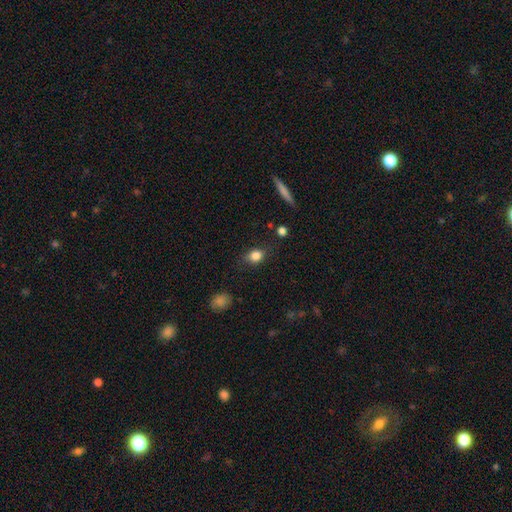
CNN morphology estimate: This is clearly a smooth galaxy (83%). How rounded: possibly in between (59%). Merging: likely none (73%).